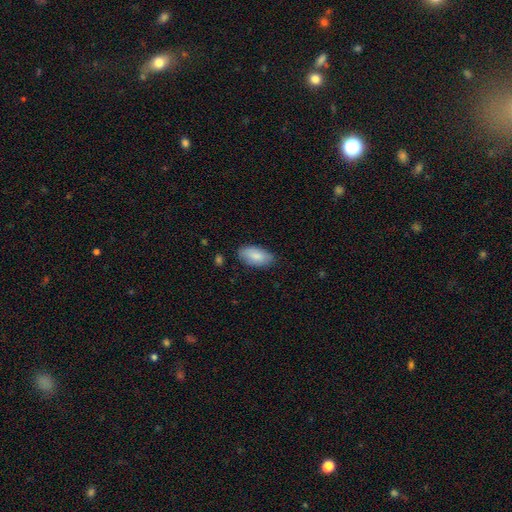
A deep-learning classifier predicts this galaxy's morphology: smooth-or-featured: smooth: 85% | featured or disk: 9% | star or artifact: 6%
  how-rounded: in between: 94% | cigar-shaped: 4% | round: 2%
  merging: none: 80% | minor disturbance: 15% | major disturbance: 3% | merger: 1%